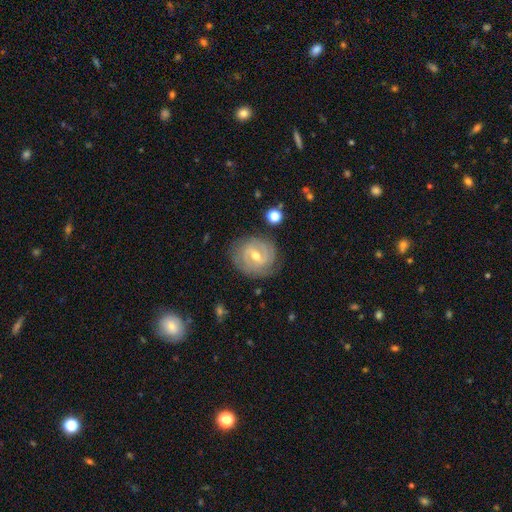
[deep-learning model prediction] Smooth or featured?
  - featured or disk: 79% *
  - smooth: 15%
  - star or artifact: 6%
Edge-on disk?
  - no: 97% *
  - yes: 3%
Bar?
  - weak: 56% *
  - strong: 24%
  - no: 20%
Spiral arms?
  - yes: 90% *
  - no: 10%
Spiral winding?
  - tight: 63% *
  - medium: 29%
  - loose: 8%
Spiral arm count?
  - 2: 52% *
  - can't tell: 24%
  - 3: 14%
  - 1: 4%
  - 4: 4%
  - more than 4: 3%
Bulge size?
  - moderate: 67% *
  - small: 29%
  - large: 2%
  - none: 1%
  - dominant: 1%
Merging?
  - none: 79% *
  - minor disturbance: 15%
  - major disturbance: 5%
  - merger: 2%